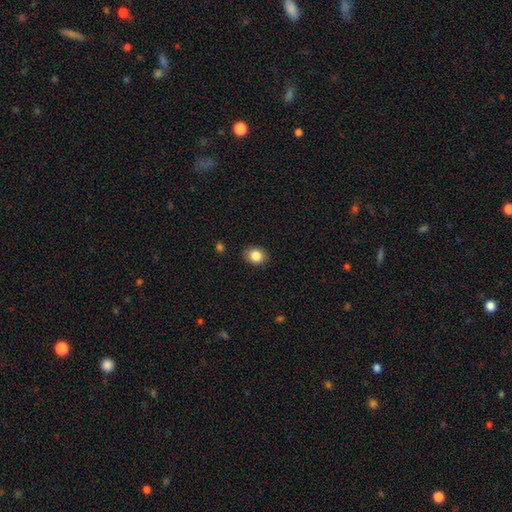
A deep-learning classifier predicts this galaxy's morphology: smooth 85%, star or artifact 9%, featured or disk 6%. Down the decision tree: how rounded — round (50%); merging — none (87%).